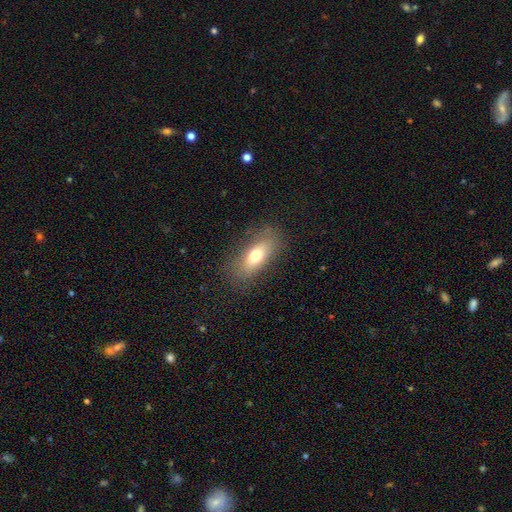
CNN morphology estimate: smooth 71%, featured or disk 21%, star or artifact 8%. Down the decision tree: how rounded — in between (74%); merging — none (80%).